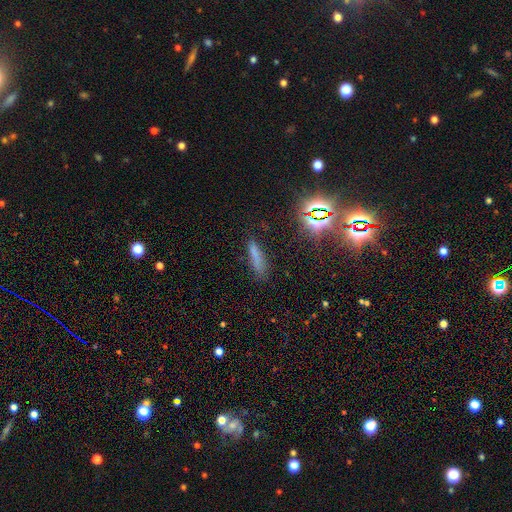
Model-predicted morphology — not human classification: Smooth or featured: smooth — 66% (star or artifact — 22%)
How rounded: cigar-shaped — 82% (in between — 16%)
Merging: none — 75% (minor disturbance — 17%)